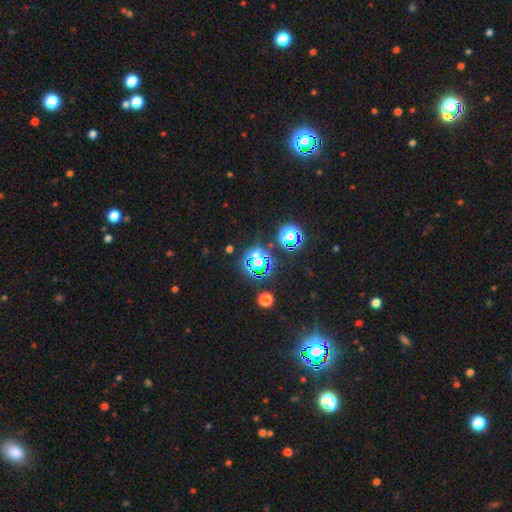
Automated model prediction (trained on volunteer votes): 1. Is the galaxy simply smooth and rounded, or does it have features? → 64% star or artifact, 28% smooth, 9% featured or disk.